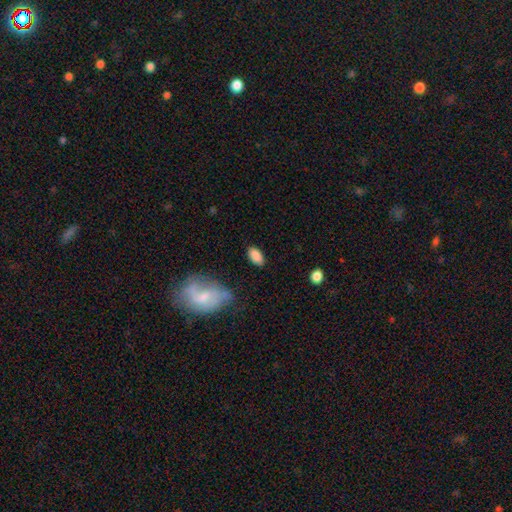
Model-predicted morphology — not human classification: This is clearly a smooth galaxy (86%). How rounded: clearly in between (93%). Merging: clearly none (83%).